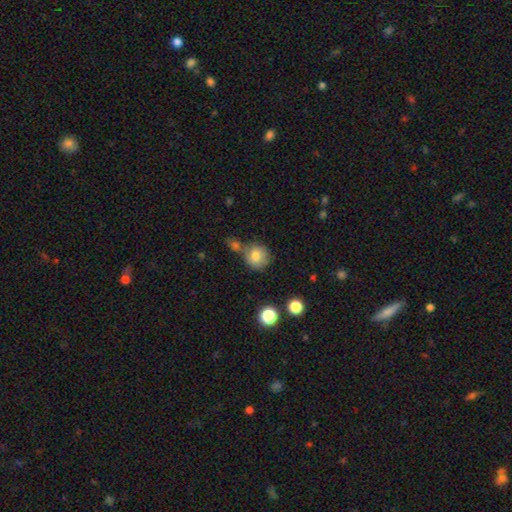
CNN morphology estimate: Q: Smooth or featured?
A: smooth (79%); runner-up: featured or disk (11%)
Q: How rounded?
A: round (87%); runner-up: in between (12%)
Q: Merging?
A: none (56%); runner-up: merger (25%)